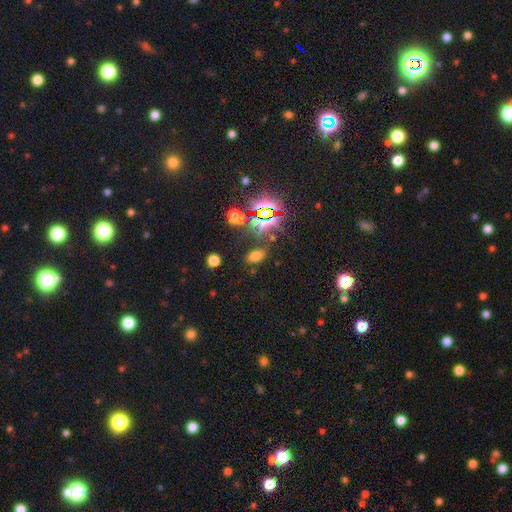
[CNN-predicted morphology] This appears to be a smooth galaxy with no disk features (57%) that is in between round and cigar-shaped (87%). Merging: none (79%).